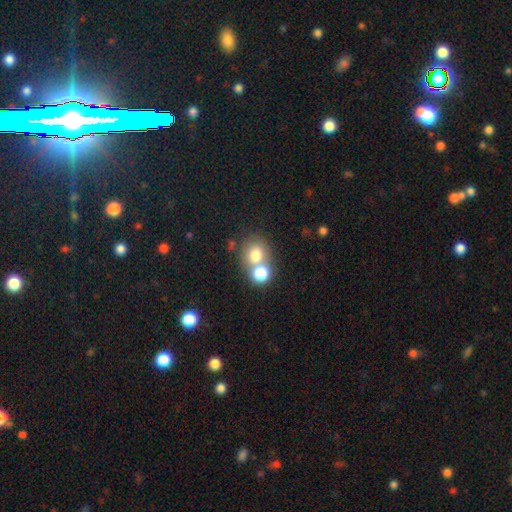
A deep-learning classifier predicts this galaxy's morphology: Smooth or featured: smooth — 74% (featured or disk — 14%)
How rounded: round — 74% (in between — 25%)
Merging: merger — 51% (none — 38%)